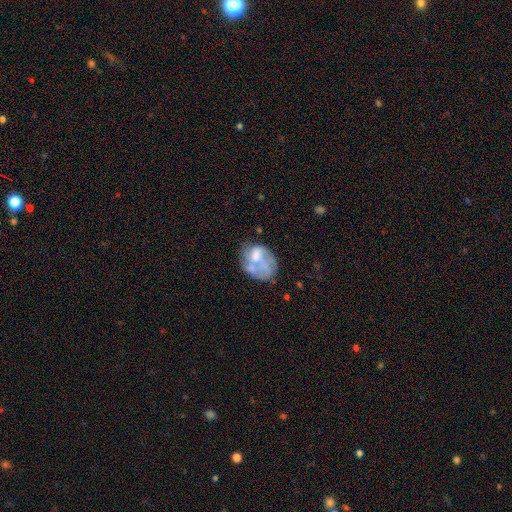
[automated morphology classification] This is possibly a featured or disk galaxy (52%). It is clearly not viewed edge-on (97%). Bar: clearly no (82%). Spiral arm pattern: likely no (77%). Central bulge: marginally moderate (41%). Merging: marginally none (39%).